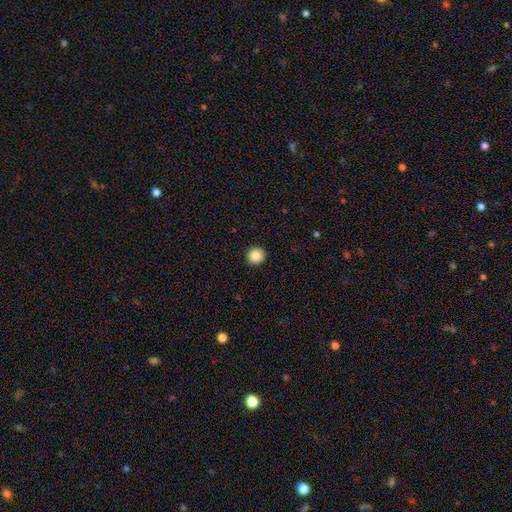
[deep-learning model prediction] A smooth galaxy with no disk features (86%) that is round (93%). Merging: none (93%).